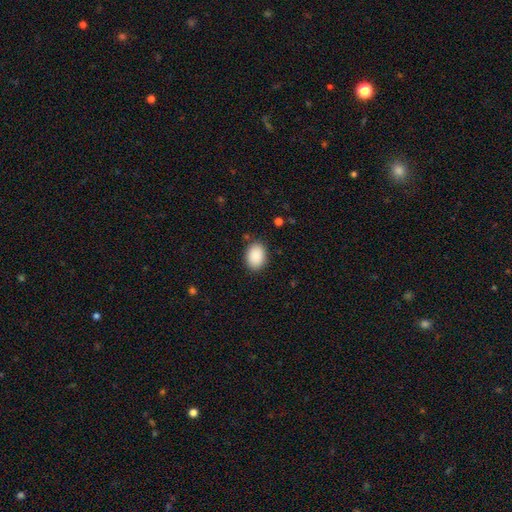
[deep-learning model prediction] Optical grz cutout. It shows a smooth galaxy with no disk features (90%) that is in between round and cigar-shaped (79%). Merging: none (87%).